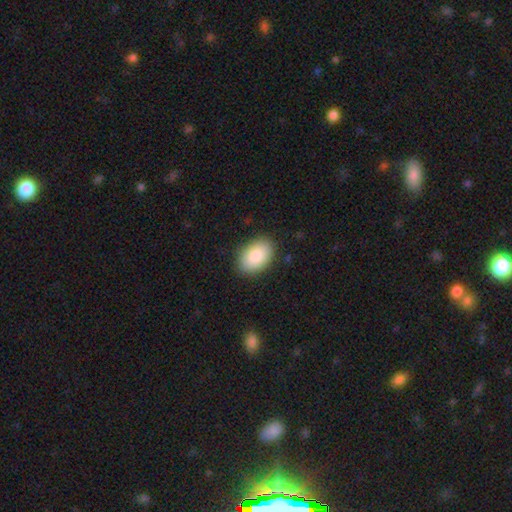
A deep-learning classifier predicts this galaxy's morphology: smooth 88%, featured or disk 6%, star or artifact 6%. Down the decision tree: how rounded — in between (90%); merging — none (87%).